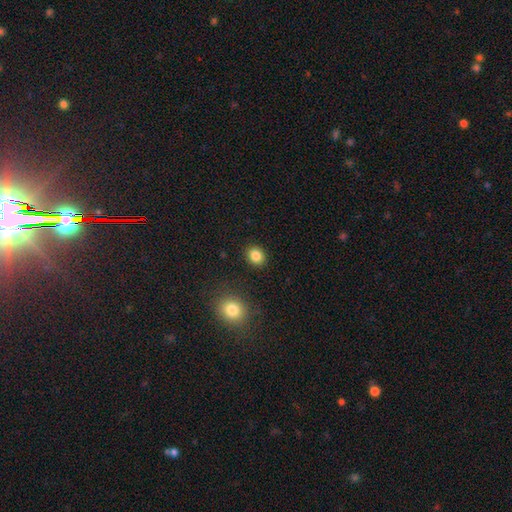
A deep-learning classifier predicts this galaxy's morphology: Smooth or featured? Predicted: smooth (p=0.84). How rounded? Predicted: round (p=0.64). Merging? Predicted: none (p=0.88).